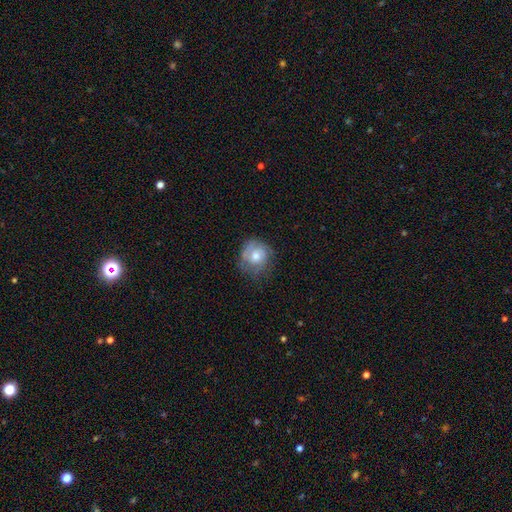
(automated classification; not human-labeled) A smooth galaxy with no disk features (50%).

Vote fractions:
- Smooth or featured? smooth: 50% / featured or disk: 42% / star or artifact: 8%
- Merging? none: 62% / minor disturbance: 25% / major disturbance: 11% / merger: 1%